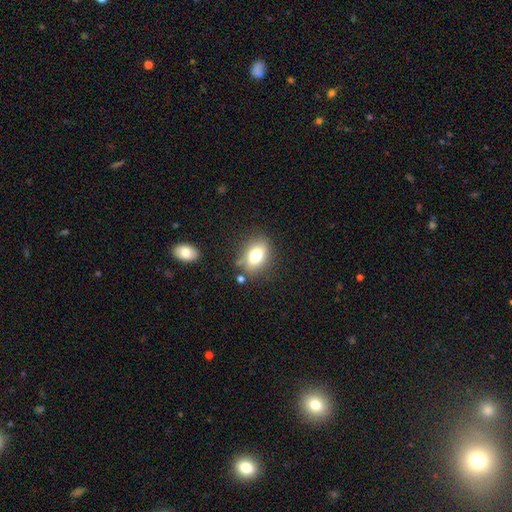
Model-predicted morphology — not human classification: The model was most divided on "how rounded": in between: 74%, round: 23%, cigar-shaped: 2%. More confident: merging — none (77%); smooth or featured — smooth (74%).